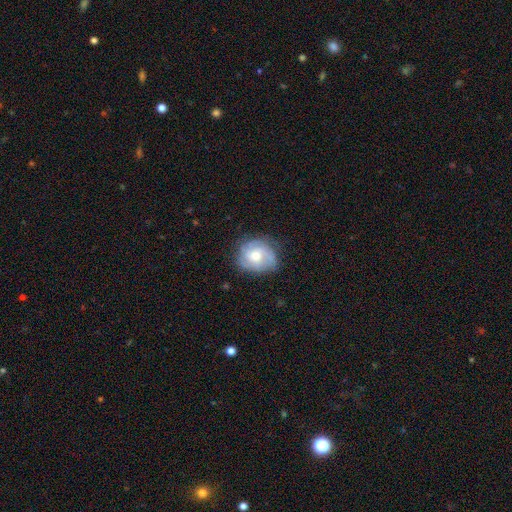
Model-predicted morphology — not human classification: A featured or disk galaxy (55%) with no bar (74%), spiral arms (80%) and a moderate central bulge (65%). Merging: none (70%).